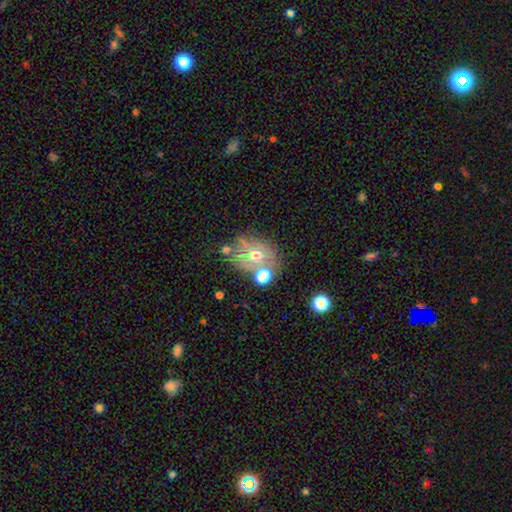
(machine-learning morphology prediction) Overall: smooth (47%; featured or disk 34%). Merging: none (43%; merger 27%).